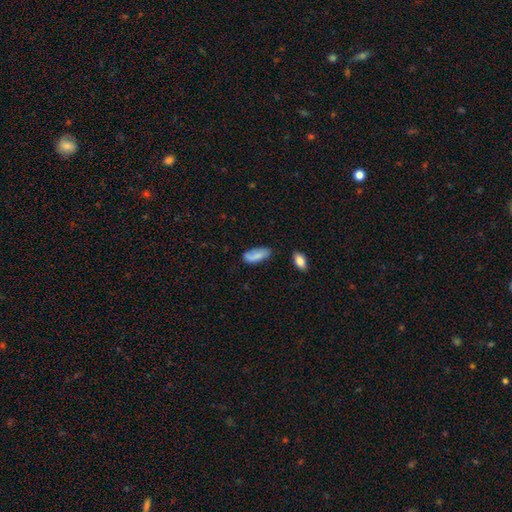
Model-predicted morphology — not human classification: Smooth or featured? smooth (78%)
How rounded? in between (81%)
Merging? none (63%)